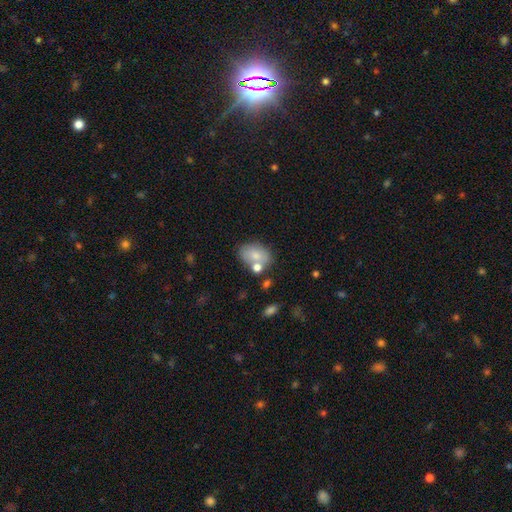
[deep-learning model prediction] smooth_or_featured: smooth (p=0.73) [alt: featured or disk p=0.19]
how_rounded: in between (p=0.75) [alt: round p=0.23]
merging: none (p=0.57) [alt: merger p=0.21]